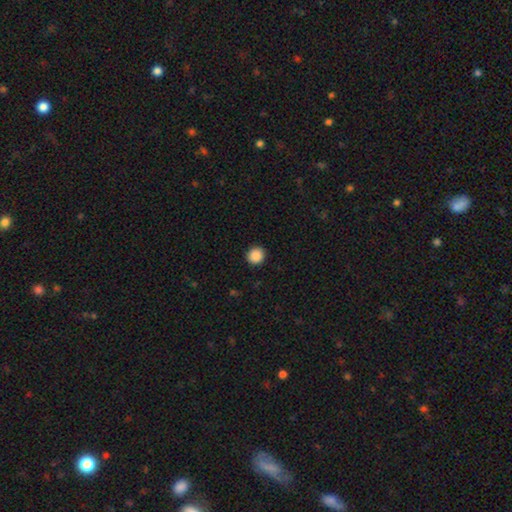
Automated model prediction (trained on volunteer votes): smooth-or-featured: smooth: 89% | star or artifact: 9% | featured or disk: 2%
  how-rounded: round: 93% | in between: 6% | cigar-shaped: 1%
  merging: none: 92% | minor disturbance: 5% | major disturbance: 2% | merger: 1%